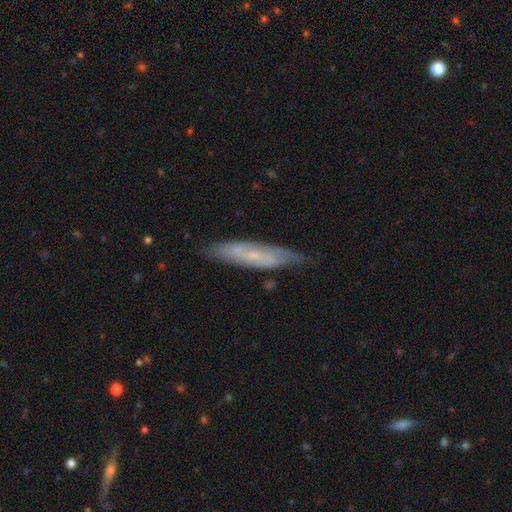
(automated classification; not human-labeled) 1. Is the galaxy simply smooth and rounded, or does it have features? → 63% featured or disk, 31% smooth, 7% star or artifact.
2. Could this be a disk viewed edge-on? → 54% no, 46% yes.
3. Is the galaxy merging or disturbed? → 74% none, 20% minor disturbance, 4% major disturbance, 2% merger.